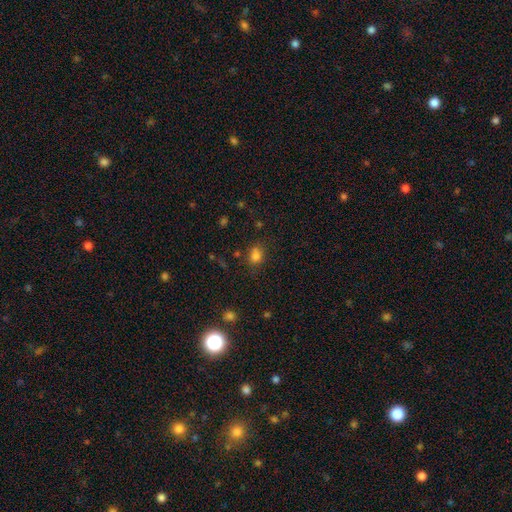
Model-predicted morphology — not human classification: A smooth galaxy with no disk features (77%) that is round (53%). Merging: none (63%).